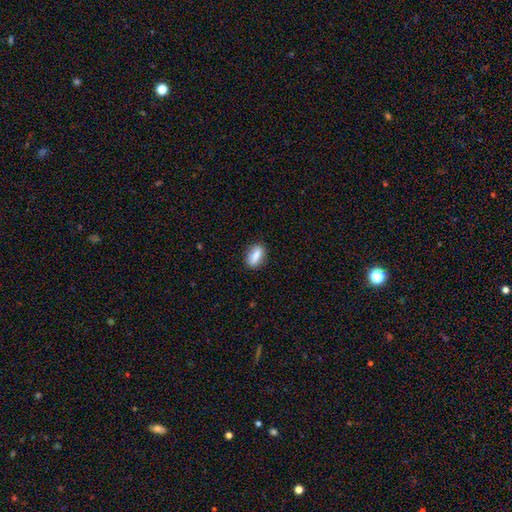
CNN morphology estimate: smooth_or_featured: smooth (p=0.81) [alt: featured or disk p=0.11]
how_rounded: in between (p=0.74) [alt: cigar-shaped p=0.18]
merging: none (p=0.85) [alt: minor disturbance p=0.11]